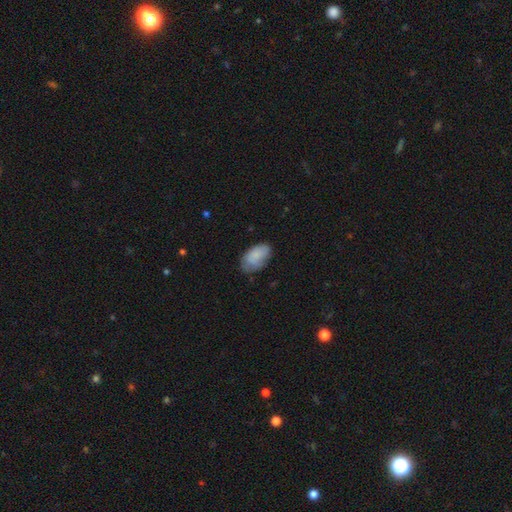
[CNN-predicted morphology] A smooth galaxy with no disk features (79%) that is in between round and cigar-shaped (93%). Merging: none (59%).